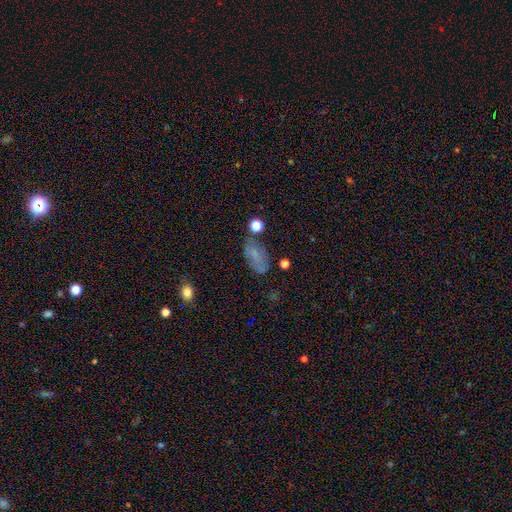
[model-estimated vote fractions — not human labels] Morphology: type=smooth (61%); roundness=in between (88%); merging=none (61%).